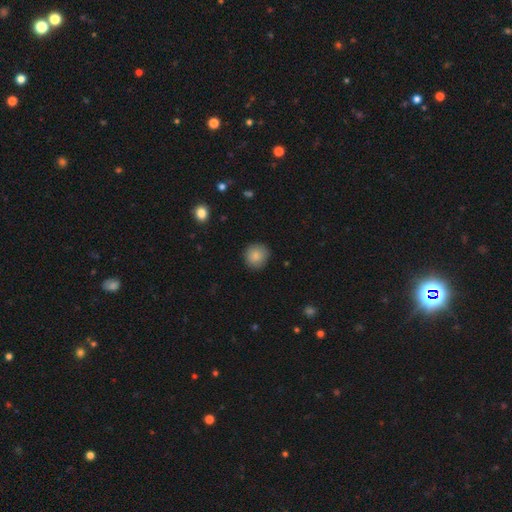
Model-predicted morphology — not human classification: Smooth or featured?
  - smooth: 86% *
  - star or artifact: 8%
  - featured or disk: 5%
How rounded?
  - round: 89% *
  - in between: 10%
  - cigar-shaped: 1%
Merging?
  - none: 87% *
  - minor disturbance: 10%
  - major disturbance: 2%
  - merger: 1%